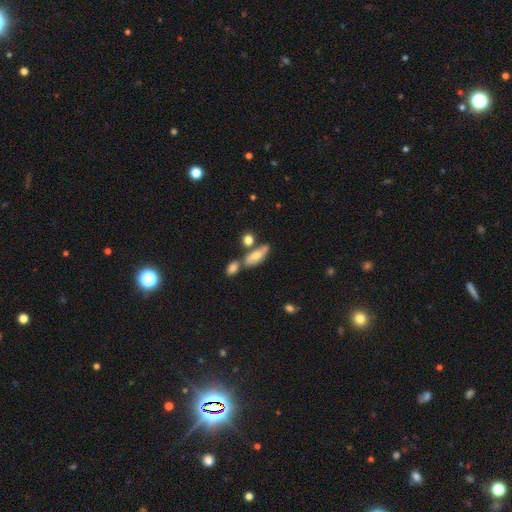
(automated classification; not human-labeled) smooth_or_featured: smooth (p=0.61) [alt: featured or disk p=0.30]
how_rounded: in between (p=0.70) [alt: cigar-shaped p=0.24]
merging: none (p=0.48) [alt: merger p=0.27]